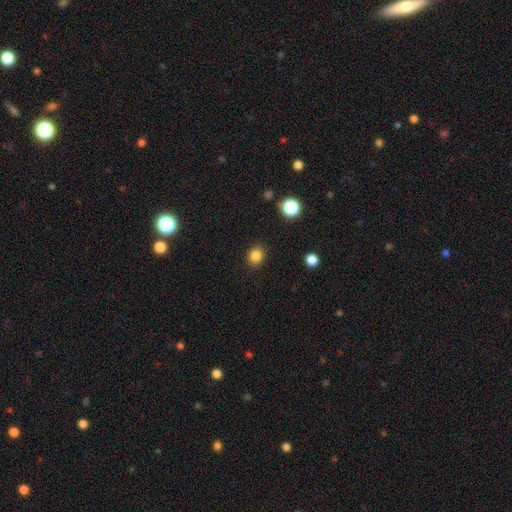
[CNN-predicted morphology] This appears to be a smooth galaxy with no disk features (84%) that is round (68%). Merging: none (90%).